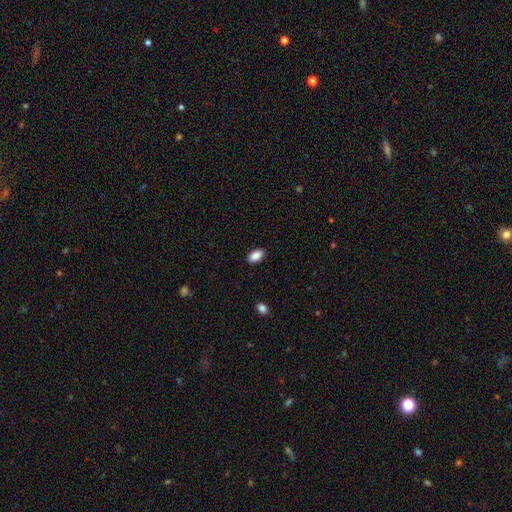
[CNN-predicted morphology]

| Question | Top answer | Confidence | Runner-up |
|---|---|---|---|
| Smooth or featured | smooth | 89% | star or artifact (7%) |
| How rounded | in between | 93% | round (5%) |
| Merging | none | 88% | minor disturbance (9%) |